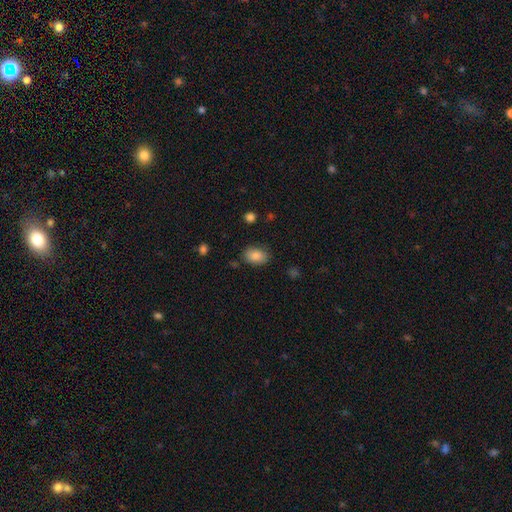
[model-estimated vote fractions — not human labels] Morphology: type=smooth (86%); roundness=in between (82%); merging=none (81%).